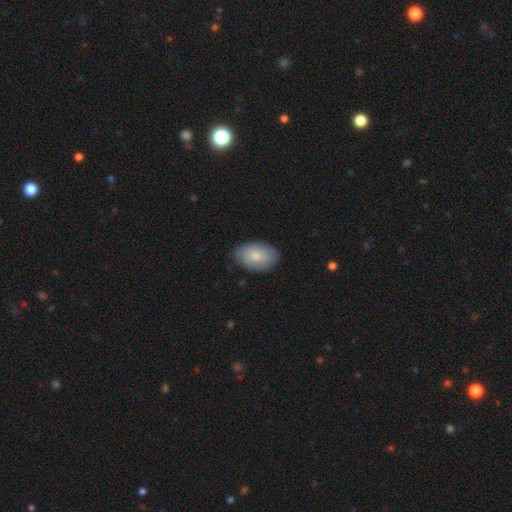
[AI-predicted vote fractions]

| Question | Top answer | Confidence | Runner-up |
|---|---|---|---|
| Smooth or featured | smooth | 76% | featured or disk (19%) |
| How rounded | in between | 86% | round (13%) |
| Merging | none | 81% | minor disturbance (15%) |